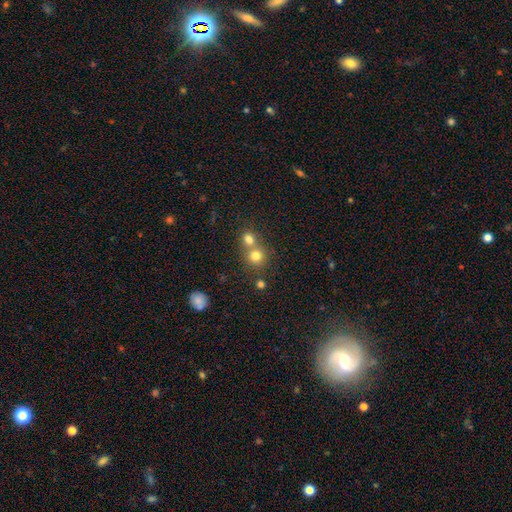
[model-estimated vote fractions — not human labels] Smooth or featured? smooth (77%)
How rounded? round (87%)
Merging? none (47%)